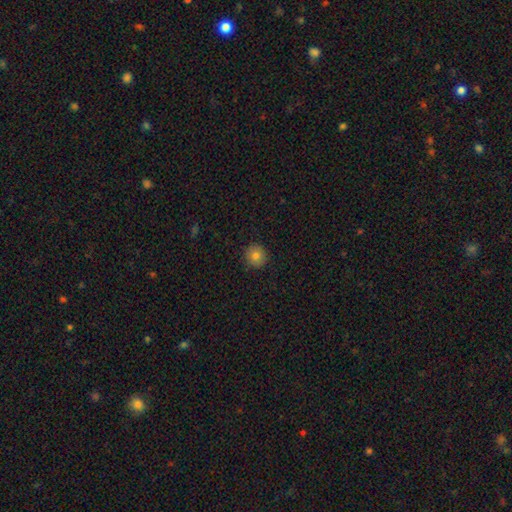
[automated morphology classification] This is likely a smooth galaxy (79%). How rounded: clearly round (93%). Merging: clearly none (92%).